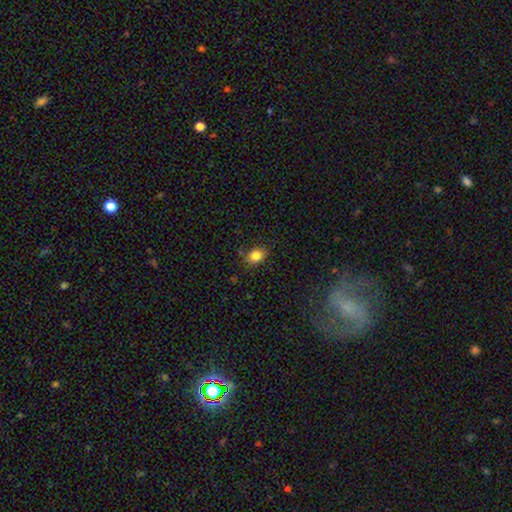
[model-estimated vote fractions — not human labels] Q: Smooth or featured?
A: smooth (83%); runner-up: star or artifact (11%)
Q: How rounded?
A: in between (60%); runner-up: round (39%)
Q: Merging?
A: none (82%); runner-up: minor disturbance (13%)